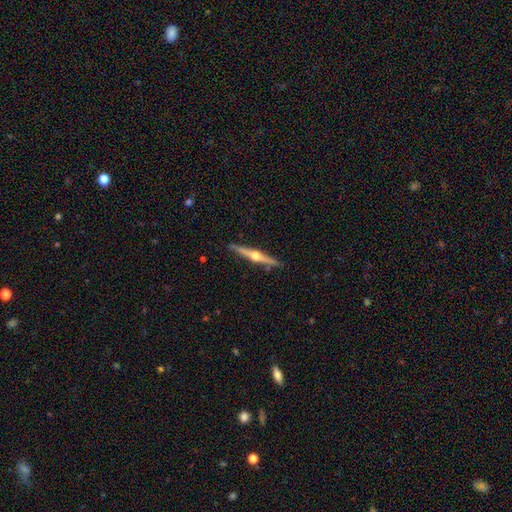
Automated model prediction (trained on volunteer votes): Overall: featured or disk (79%). Edge-on disk: yes (98%). Edge-on bulge: rounded (96%). Merging: none (89%).